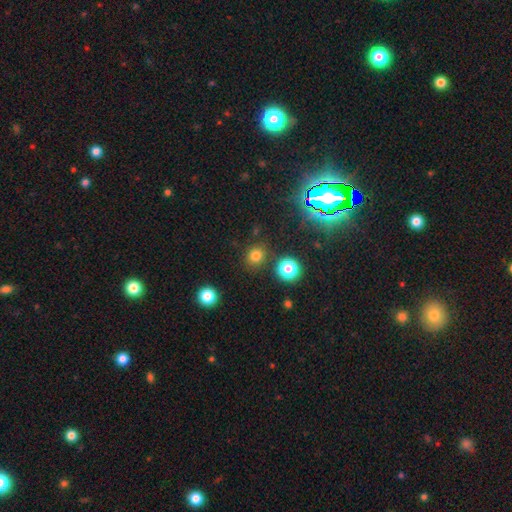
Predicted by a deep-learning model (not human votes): smooth-or-featured: smooth: 74% | star or artifact: 20% | featured or disk: 6%
  how-rounded: round: 79% | in between: 20% | cigar-shaped: 1%
  merging: none: 83% | minor disturbance: 9% | merger: 5% | major disturbance: 3%